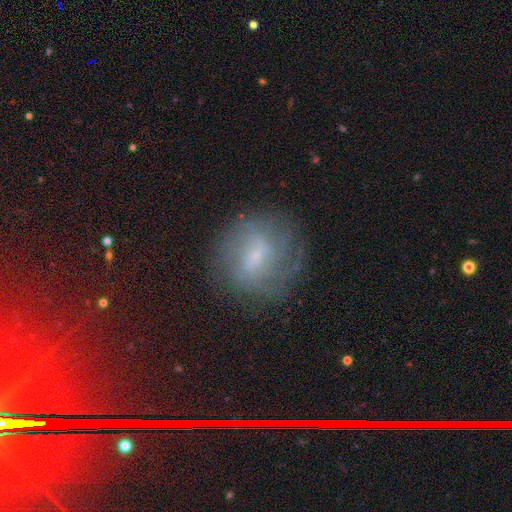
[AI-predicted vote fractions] This is likely a featured or disk galaxy (62%). It is clearly not viewed edge-on (97%). Bar: possibly weak (55%). Spiral arm pattern: clearly yes (83%). Spiral arm count: possibly can't tell (47%). Spiral winding: marginally tight (43%). Central bulge: likely small (66%). Merging: likely none (76%).